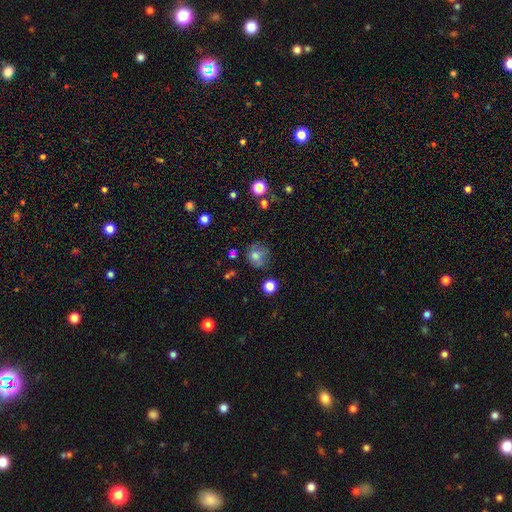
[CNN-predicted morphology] smooth-or-featured: smooth: 73% | featured or disk: 14% | star or artifact: 13%
  how-rounded: round: 83% | in between: 16% | cigar-shaped: 1%
  merging: none: 66% | minor disturbance: 20% | major disturbance: 9% | merger: 5%